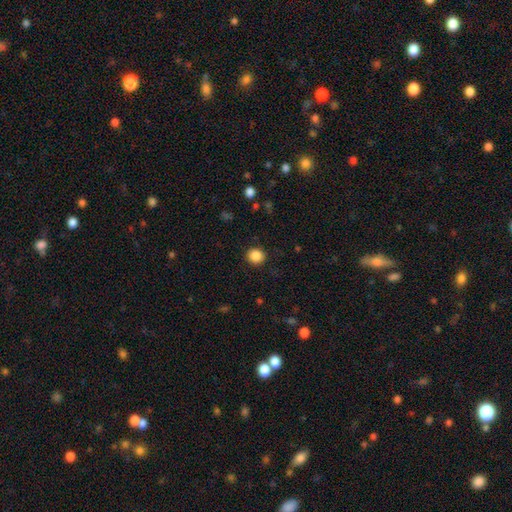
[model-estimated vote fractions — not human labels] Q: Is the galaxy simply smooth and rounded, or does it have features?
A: smooth — 87%.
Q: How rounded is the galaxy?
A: round — 87%.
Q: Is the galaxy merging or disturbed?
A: none — 90%.